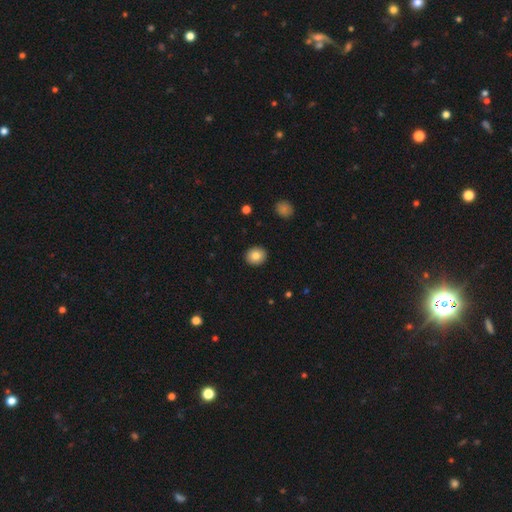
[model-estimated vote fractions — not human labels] A smooth galaxy with no disk features (83%) that is round (76%).

Vote fractions:
- Smooth or featured? smooth: 83% / star or artifact: 9% / featured or disk: 8%
- How rounded? round: 76% / in between: 23% / cigar-shaped: 1%
- Merging? none: 92% / minor disturbance: 5% / major disturbance: 2% / merger: 1%